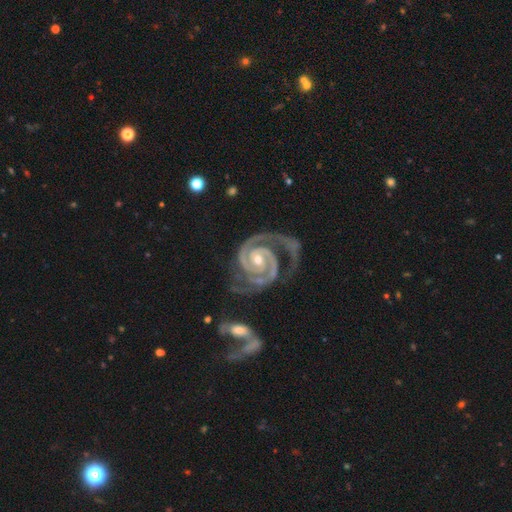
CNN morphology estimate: A featured or disk galaxy (94%) with no bar (54%), 2 (82%) tight (68%) spiral arms (99%) and a small central bulge (55%).

Vote fractions:
- Smooth or featured? featured or disk: 94% / star or artifact: 4% / smooth: 2%
- Edge-on disk? no: 98% / yes: 2%
- Bar? no: 54% / weak: 27% / strong: 19%
- Spiral arms? yes: 99% / no: 1%
- Spiral winding? tight: 68% / medium: 27% / loose: 4%
- Spiral arm count? 2: 82% / 3: 8% / 1: 3% / can't tell: 3% / 4: 2% / more than 4: 2%
- Bulge size? small: 55% / moderate: 42% / large: 2% / none: 1% / dominant: 1%
- Merging? none: 52% / minor disturbance: 20% / major disturbance: 14% / merger: 14%